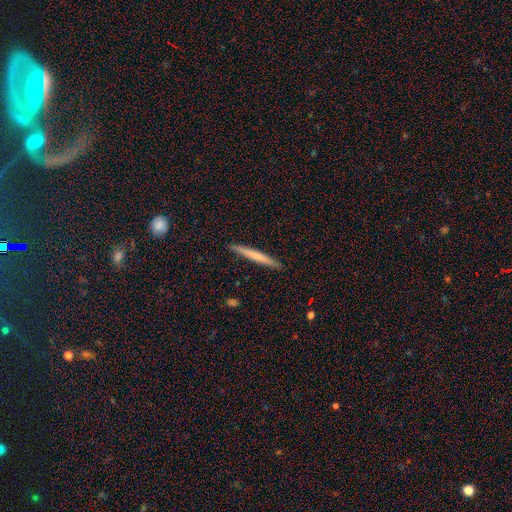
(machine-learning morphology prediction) Smooth or featured? smooth (63%)
How rounded? cigar-shaped (97%)
Merging? none (91%)